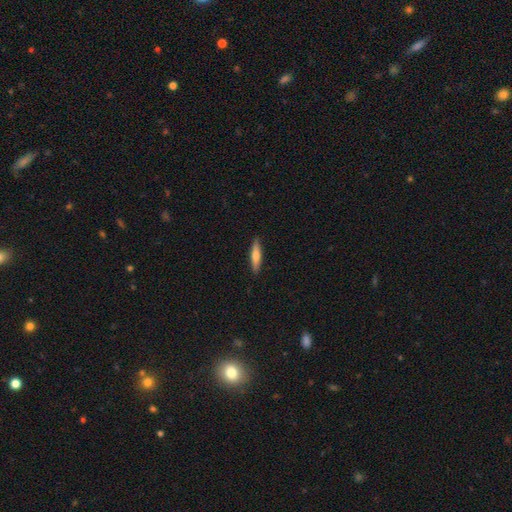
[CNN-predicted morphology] Smooth or featured? Predicted: smooth (p=0.62). How rounded? Predicted: cigar-shaped (p=0.85). Merging? Predicted: none (p=0.90).